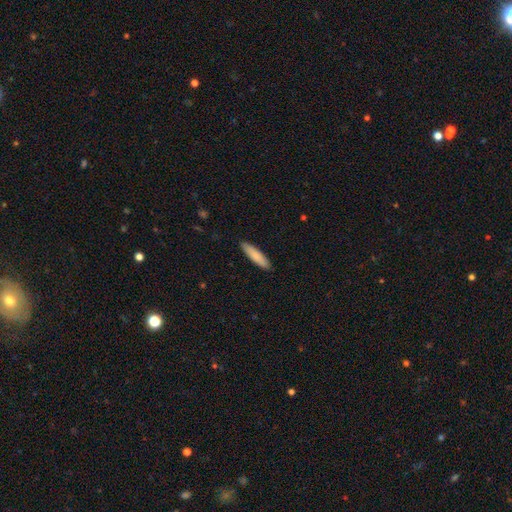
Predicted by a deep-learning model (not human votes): A smooth galaxy with no disk features (85%) that is cigar-shaped (74%).

Vote fractions:
- Smooth or featured? smooth: 85% / featured or disk: 10% / star or artifact: 5%
- How rounded? cigar-shaped: 74% / in between: 25% / round: 1%
- Merging? none: 90% / minor disturbance: 8% / major disturbance: 1% / merger: 1%